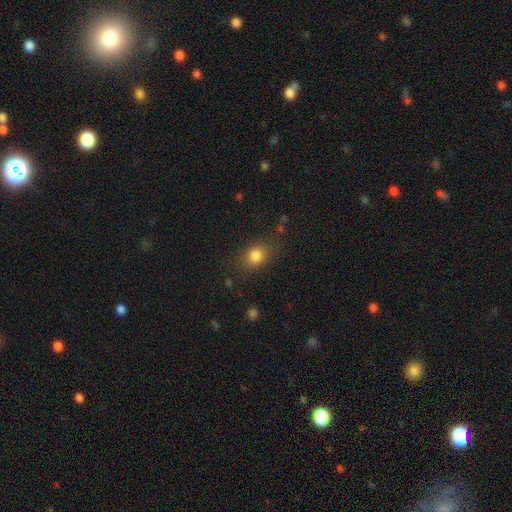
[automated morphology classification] The model was most divided on "how rounded": in between: 55%, round: 44%, cigar-shaped: 2%. More confident: smooth or featured — smooth (83%); merging — none (77%).